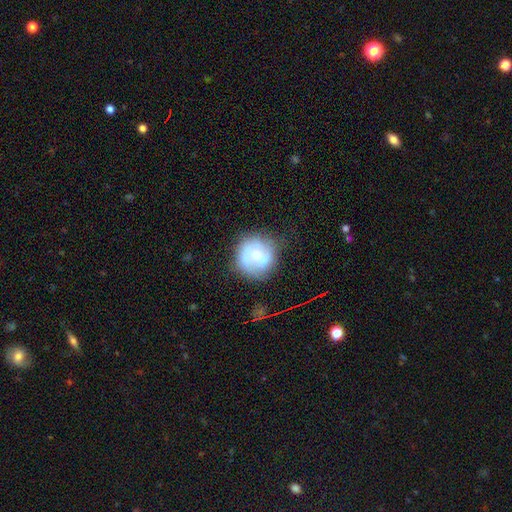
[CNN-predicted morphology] Q: Smooth or featured?
A: featured or disk (51%); runner-up: smooth (40%)
Q: Edge-on disk?
A: no (97%); runner-up: yes (3%)
Q: Bar?
A: no (67%); runner-up: weak (25%)
Q: Spiral arms?
A: no (56%); runner-up: yes (44%)
Q: Bulge size?
A: moderate (48%); runner-up: small (40%)
Q: Merging?
A: none (52%); runner-up: minor disturbance (21%)